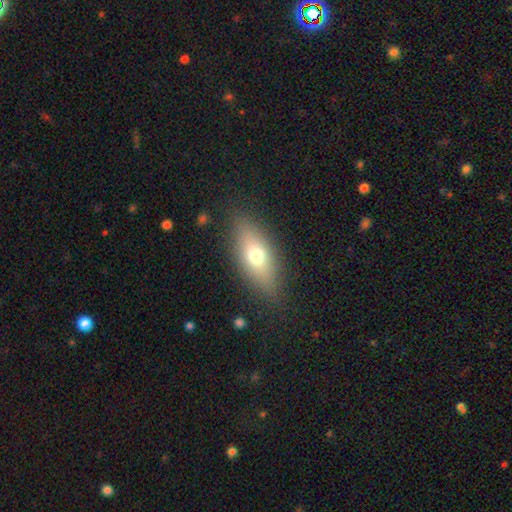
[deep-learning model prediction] Morphology: type=smooth (65%); roundness=in between (73%); merging=none (84%).